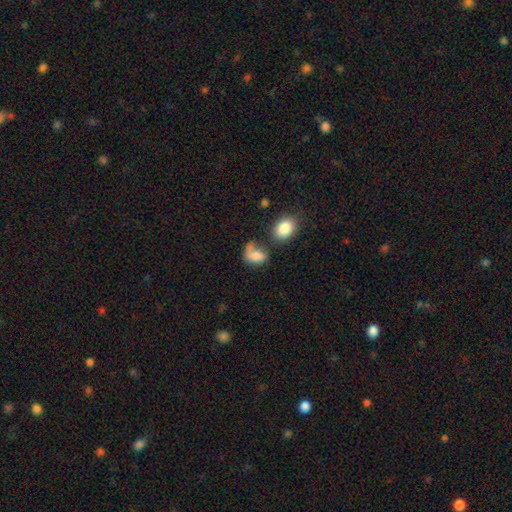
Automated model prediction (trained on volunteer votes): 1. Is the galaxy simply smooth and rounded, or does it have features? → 72% smooth, 18% featured or disk, 10% star or artifact.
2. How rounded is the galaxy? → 79% in between, 19% round, 2% cigar-shaped.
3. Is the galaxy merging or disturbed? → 30% merger, 29% none, 23% major disturbance, 18% minor disturbance.